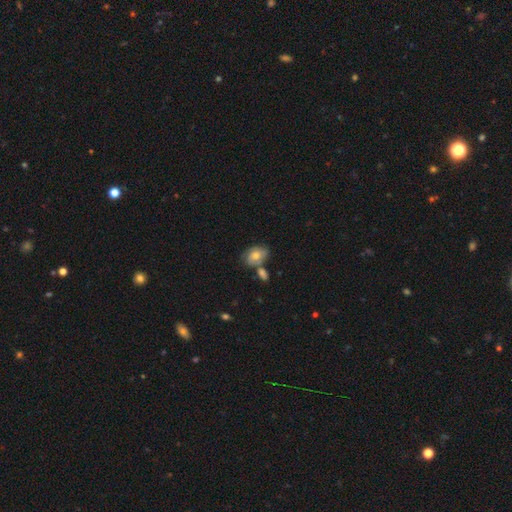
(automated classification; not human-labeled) Smooth or featured? smooth (58%)
How rounded? in between (75%)
Merging? none (51%)